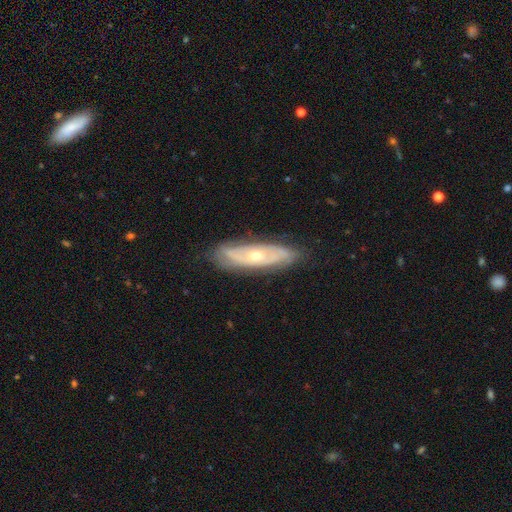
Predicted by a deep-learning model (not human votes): featured or disk 75%, smooth 19%, star or artifact 6%. Down the decision tree: edge-on disk — no (76%); bar — no (77%); spiral arms — yes (77%); bulge size — small (52%); merging — none (80%).